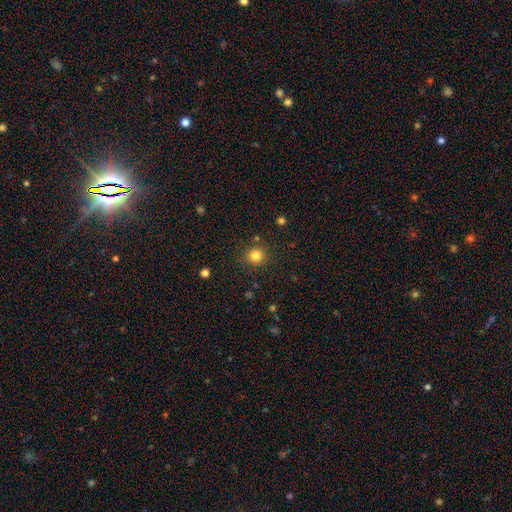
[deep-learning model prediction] Smooth or featured? smooth (82%)
How rounded? round (92%)
Merging? none (88%)